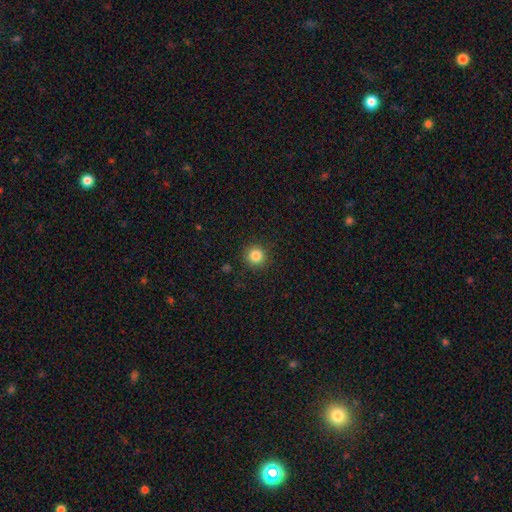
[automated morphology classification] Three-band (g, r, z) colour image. It shows a smooth galaxy with no disk features (84%) that is round (94%). Merging: none (91%).